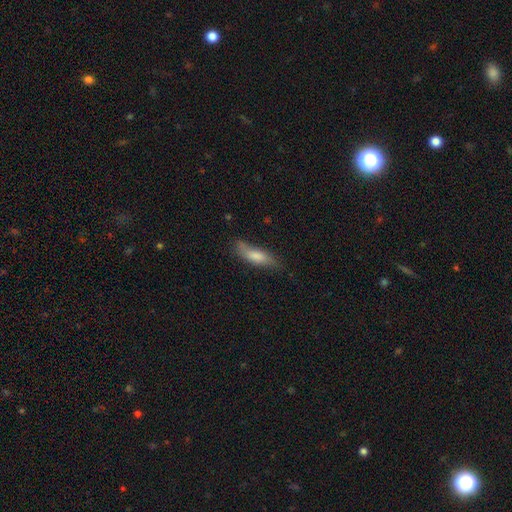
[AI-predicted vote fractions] Morphology: type=smooth (68%); roundness=cigar-shaped (52%); merging=none (65%).